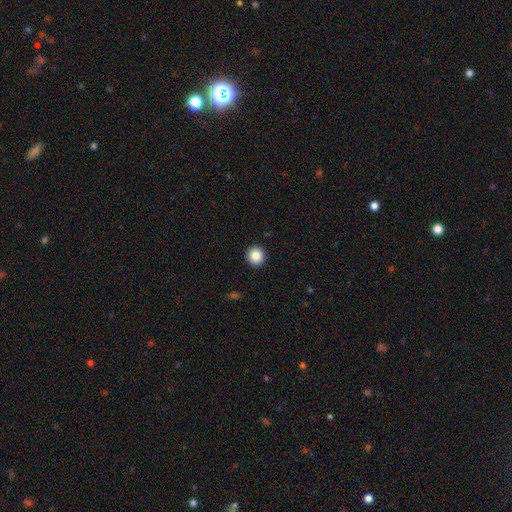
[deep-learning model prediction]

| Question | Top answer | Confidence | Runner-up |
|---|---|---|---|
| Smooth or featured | smooth | 89% | star or artifact (9%) |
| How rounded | round | 94% | in between (5%) |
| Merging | none | 92% | minor disturbance (5%) |